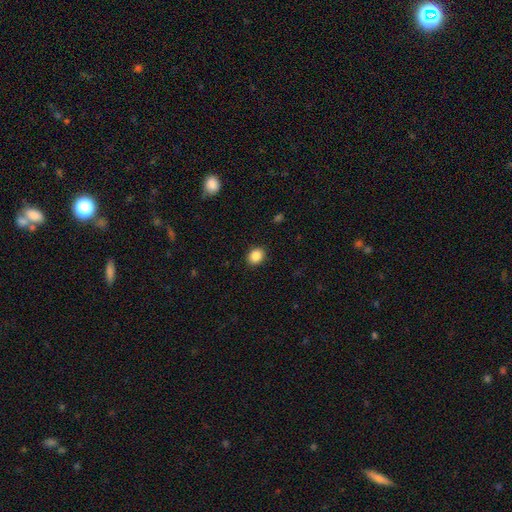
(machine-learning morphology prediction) Smooth or featured? Predicted: smooth (p=0.87). How rounded? Predicted: round (p=0.54). Merging? Predicted: none (p=0.90).